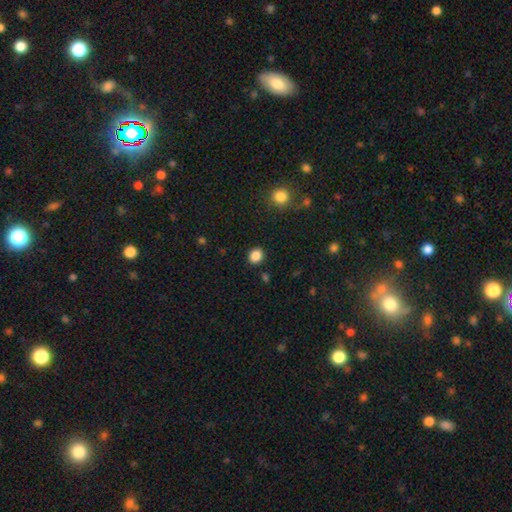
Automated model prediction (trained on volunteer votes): This appears to be a smooth galaxy with no disk features (86%) that is round (68%). Merging: none (89%).